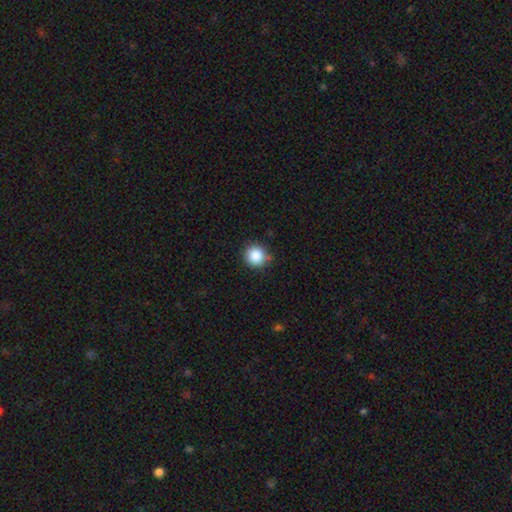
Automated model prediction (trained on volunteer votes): Smooth or featured: smooth — 86% (star or artifact — 10%)
How rounded: round — 92% (in between — 7%)
Merging: none — 82% (minor disturbance — 13%)